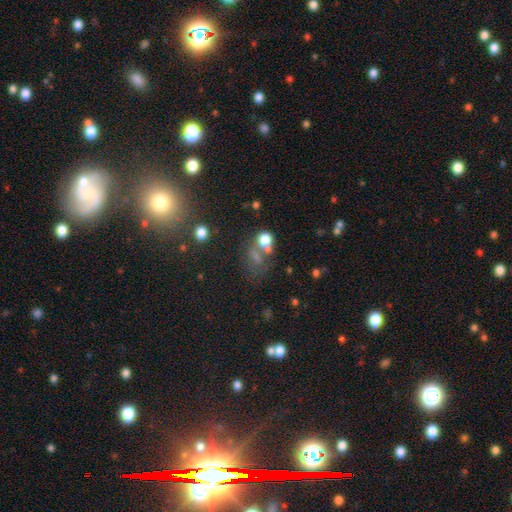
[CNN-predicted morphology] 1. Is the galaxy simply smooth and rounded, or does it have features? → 51% smooth, 33% star or artifact, 16% featured or disk.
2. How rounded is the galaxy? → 49% round, 47% in between, 3% cigar-shaped.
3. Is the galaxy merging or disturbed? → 45% none, 25% merger, 15% major disturbance, 15% minor disturbance.